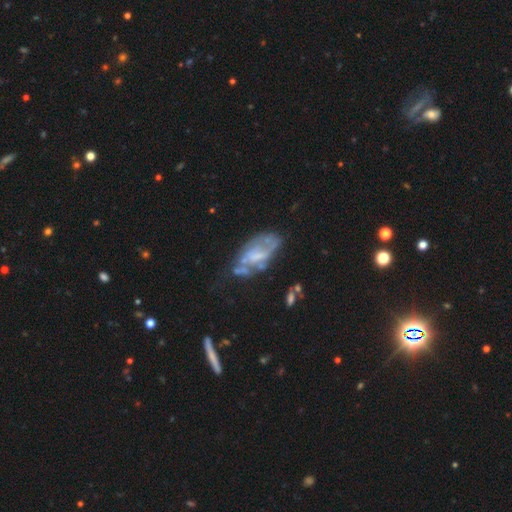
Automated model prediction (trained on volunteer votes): Smooth or featured? Predicted: featured or disk (p=0.65). Edge-on disk? Predicted: no (p=0.93). Bar? Predicted: no (p=0.51). Spiral arms? Predicted: yes (p=0.51). Bulge size? Predicted: none (p=0.40). Merging? Predicted: none (p=0.41).